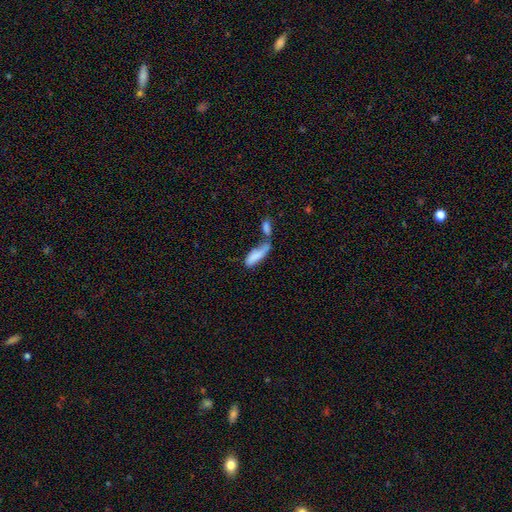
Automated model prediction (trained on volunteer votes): smooth 77%, featured or disk 16%, star or artifact 7%. Down the decision tree: how rounded — in between (57%); merging — merger (62%).